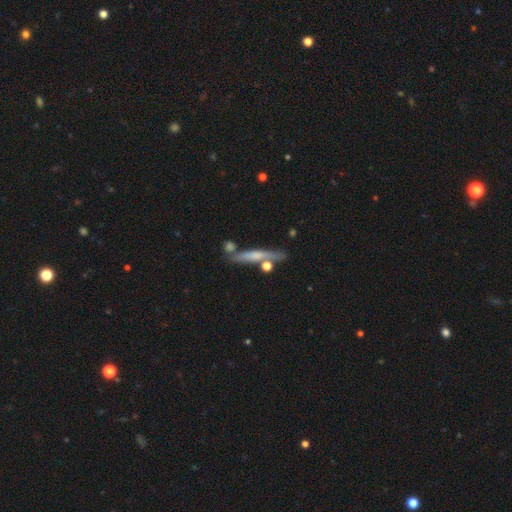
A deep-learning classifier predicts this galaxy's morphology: type=featured or disk (51%); edge-on=yes (91%); merging=none (72%).